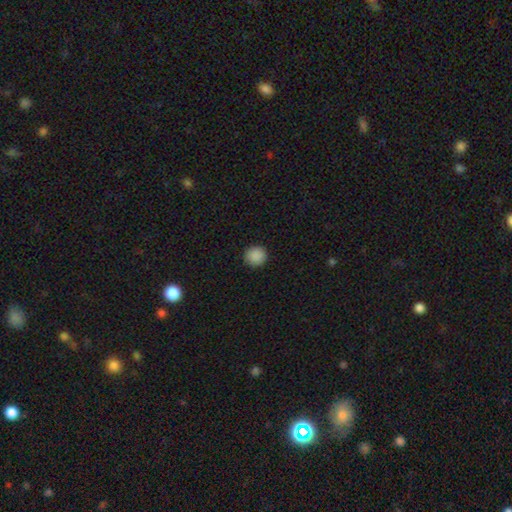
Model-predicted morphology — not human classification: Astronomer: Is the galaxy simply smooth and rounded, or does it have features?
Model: smooth — 89%.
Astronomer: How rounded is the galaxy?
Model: round — 93%.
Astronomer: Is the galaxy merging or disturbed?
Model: none — 92%.